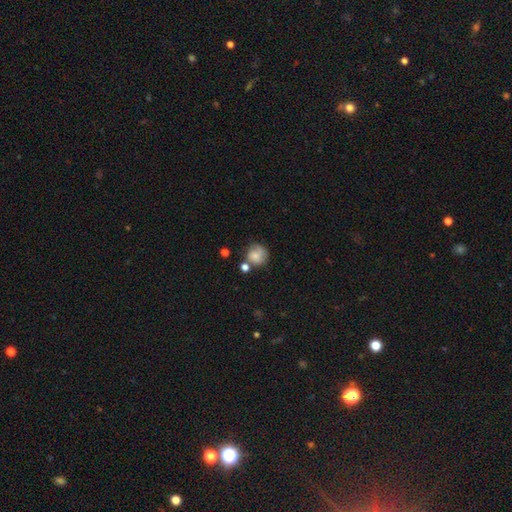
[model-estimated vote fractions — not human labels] Smooth or featured? Predicted: smooth (p=0.69). How rounded? Predicted: round (p=0.83). Merging? Predicted: none (p=0.53).